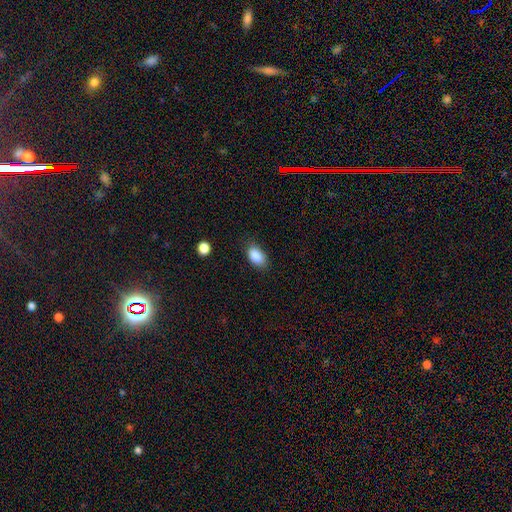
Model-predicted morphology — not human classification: smooth-or-featured: smooth: 88% | star or artifact: 8% | featured or disk: 4%
  how-rounded: in between: 92% | round: 6% | cigar-shaped: 2%
  merging: none: 79% | minor disturbance: 16% | major disturbance: 3% | merger: 1%